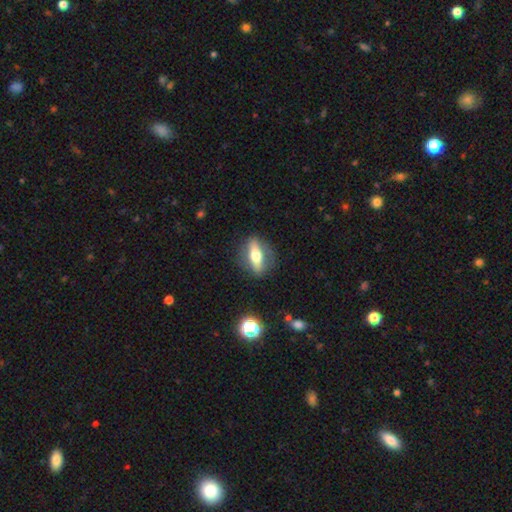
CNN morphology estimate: Smooth or featured?
  - featured or disk: 51% *
  - smooth: 42%
  - star or artifact: 7%
Edge-on disk?
  - yes: 72% *
  - no: 28%
Merging?
  - none: 83% *
  - minor disturbance: 11%
  - major disturbance: 4%
  - merger: 2%